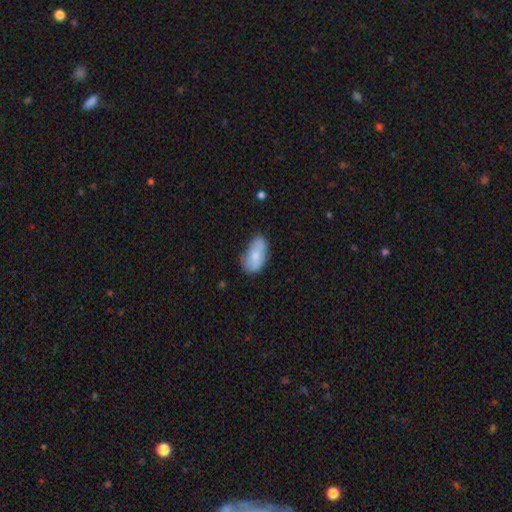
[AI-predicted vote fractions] smooth_or_featured: smooth (p=0.78) [alt: featured or disk p=0.16]
how_rounded: in between (p=0.93) [alt: round p=0.04]
merging: none (p=0.63) [alt: minor disturbance p=0.28]